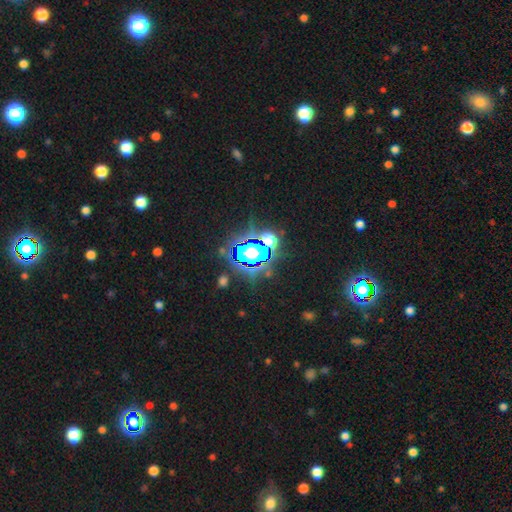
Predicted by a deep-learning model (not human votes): Morphology: type=star or artifact (82%).